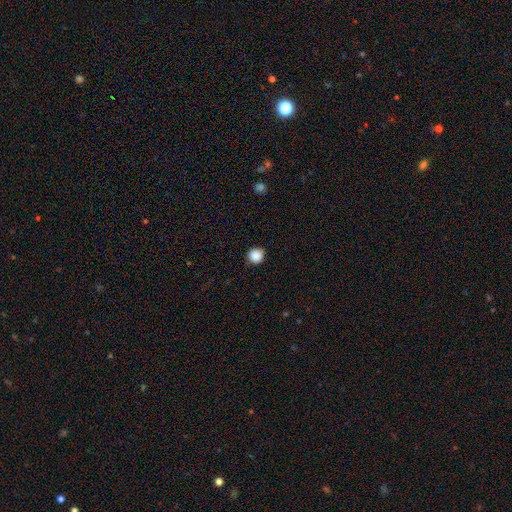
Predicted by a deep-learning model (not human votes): A smooth galaxy with no disk features (88%) that is round (92%).

Vote fractions:
- Smooth or featured? smooth: 88% / star or artifact: 10% / featured or disk: 3%
- How rounded? round: 92% / in between: 7% / cigar-shaped: 1%
- Merging? none: 89% / minor disturbance: 8% / major disturbance: 2% / merger: 1%